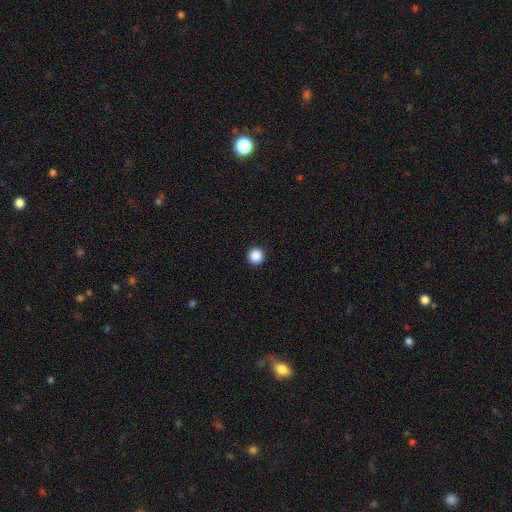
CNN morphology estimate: smooth-or-featured: smooth: 88% | star or artifact: 9% | featured or disk: 2%
  how-rounded: round: 97% | in between: 2% | cigar-shaped: 1%
  merging: none: 94% | minor disturbance: 4% | major disturbance: 2% | merger: 1%